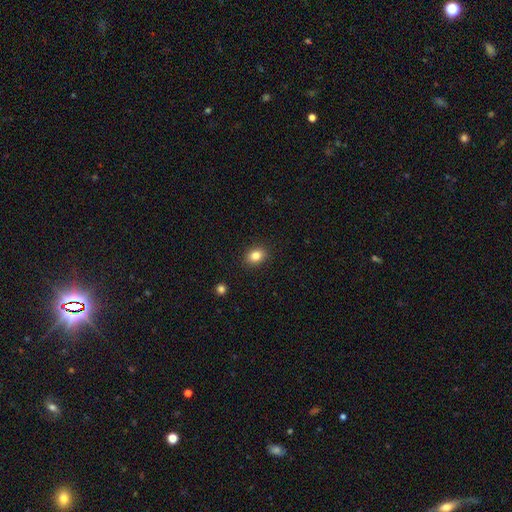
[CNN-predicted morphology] smooth_or_featured: smooth (p=0.83) [alt: star or artifact p=0.10]
how_rounded: in between (p=0.52) [alt: round p=0.47]
merging: none (p=0.90) [alt: minor disturbance p=0.07]